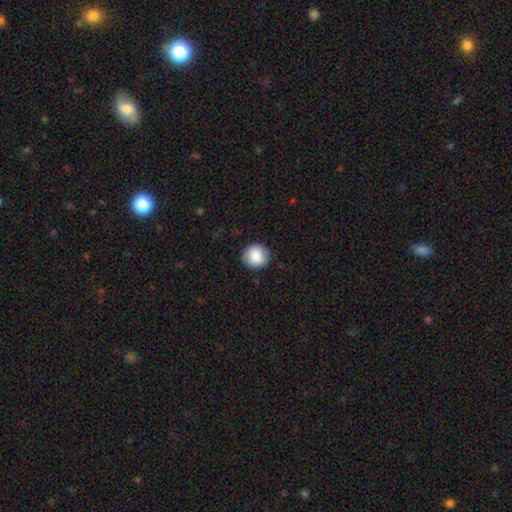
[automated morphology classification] Smooth or featured? Predicted: smooth (p=0.87). How rounded? Predicted: round (p=0.92). Merging? Predicted: none (p=0.89).